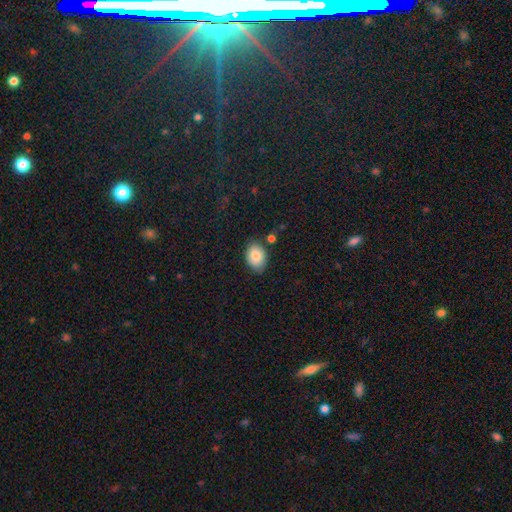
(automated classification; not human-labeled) A smooth galaxy with no disk features (82%) that is in between round and cigar-shaped (73%).

Vote fractions:
- Smooth or featured? smooth: 82% / featured or disk: 10% / star or artifact: 8%
- How rounded? in between: 73% / round: 26% / cigar-shaped: 1%
- Merging? none: 76% / minor disturbance: 17% / merger: 4% / major disturbance: 3%